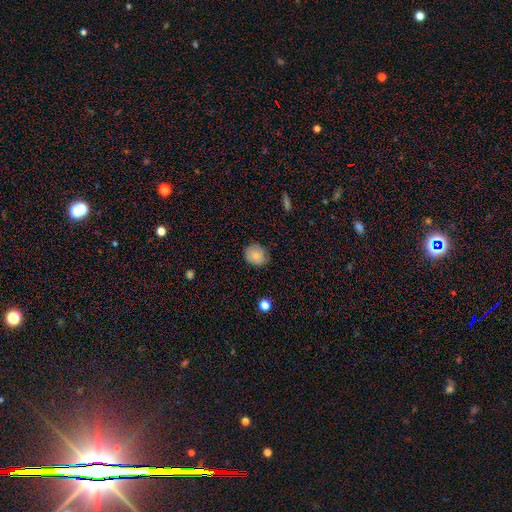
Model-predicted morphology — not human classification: Q: Smooth or featured?
A: smooth (80%); runner-up: featured or disk (12%)
Q: How rounded?
A: round (73%); runner-up: in between (26%)
Q: Merging?
A: none (78%); runner-up: minor disturbance (18%)